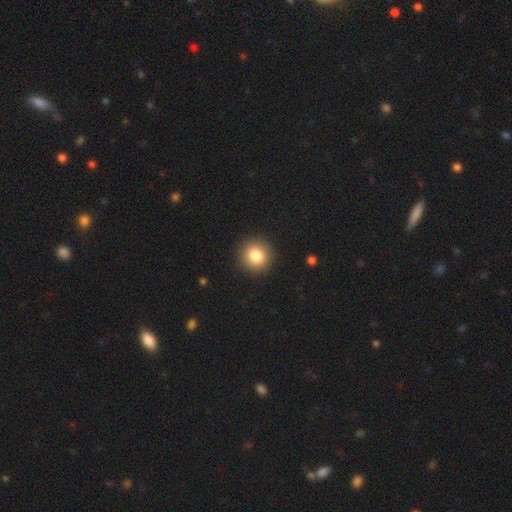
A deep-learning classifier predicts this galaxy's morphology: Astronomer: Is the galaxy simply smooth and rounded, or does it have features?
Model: smooth — 84%.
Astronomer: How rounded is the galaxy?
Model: round — 92%.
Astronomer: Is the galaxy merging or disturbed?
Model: none — 91%.